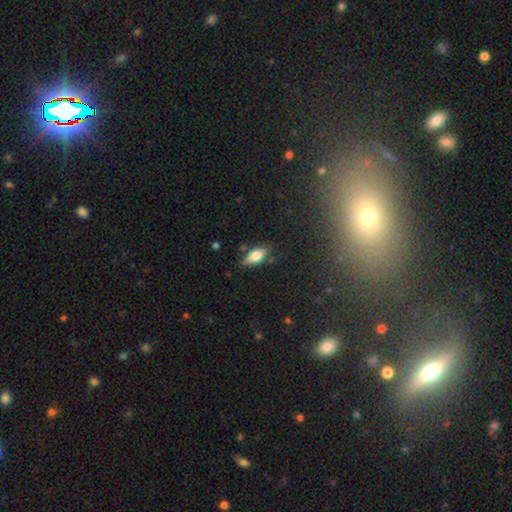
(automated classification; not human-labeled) smooth 65%, featured or disk 26%, star or artifact 8%. Down the decision tree: how rounded — in between (77%); merging — none (77%).